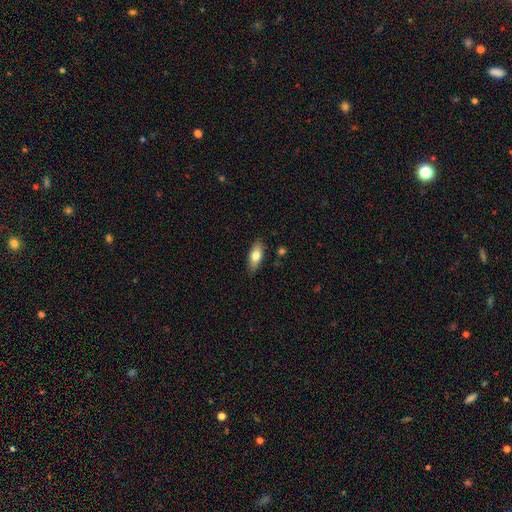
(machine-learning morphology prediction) Smooth or featured: smooth — 72% (featured or disk — 22%)
How rounded: in between — 78% (cigar-shaped — 19%)
Merging: none — 85% (minor disturbance — 12%)